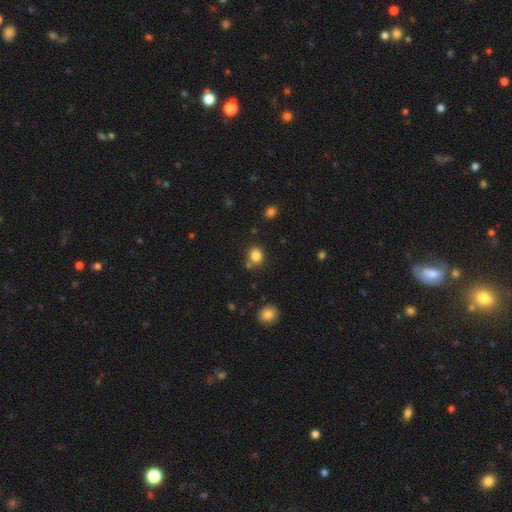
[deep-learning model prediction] Smooth or featured? smooth (83%)
How rounded? round (74%)
Merging? none (76%)